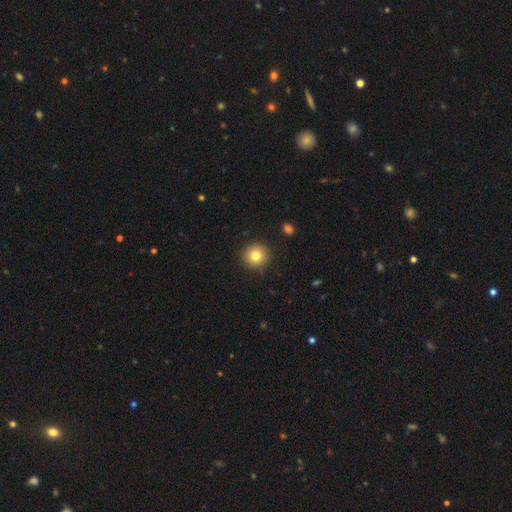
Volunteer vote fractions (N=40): A smooth galaxy with no disk features (85%) that is round (94%).

Vote fractions:
- Smooth or featured? smooth: 85% / star or artifact: 10% / featured or disk: 5%
- How rounded? round: 94% / in between: 6% / cigar-shaped: 0%
- Merging? none: 89% / minor disturbance: 8% / major disturbance: 3% / merger: 0%